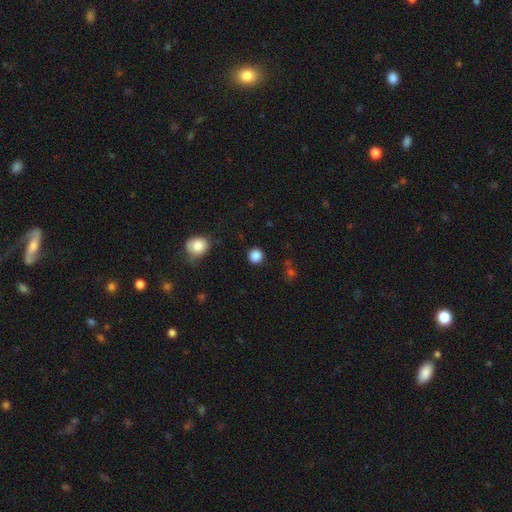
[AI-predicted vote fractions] Smooth or featured?
  - smooth: 86% *
  - star or artifact: 10%
  - featured or disk: 3%
How rounded?
  - round: 93% *
  - in between: 6%
  - cigar-shaped: 1%
Merging?
  - none: 89% *
  - minor disturbance: 7%
  - major disturbance: 3%
  - merger: 2%